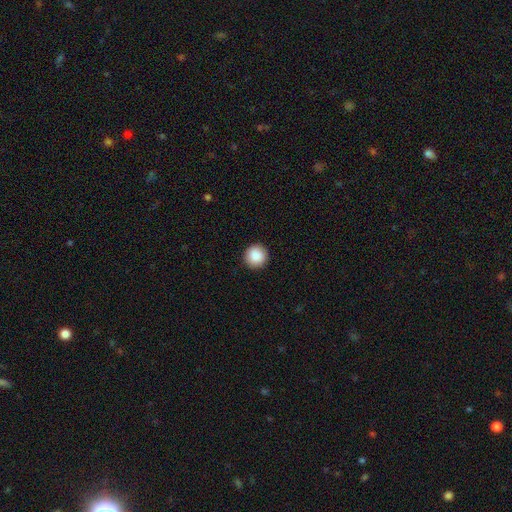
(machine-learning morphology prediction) Q: Smooth or featured?
A: smooth (89%); runner-up: star or artifact (8%)
Q: How rounded?
A: round (96%); runner-up: in between (3%)
Q: Merging?
A: none (93%); runner-up: minor disturbance (5%)